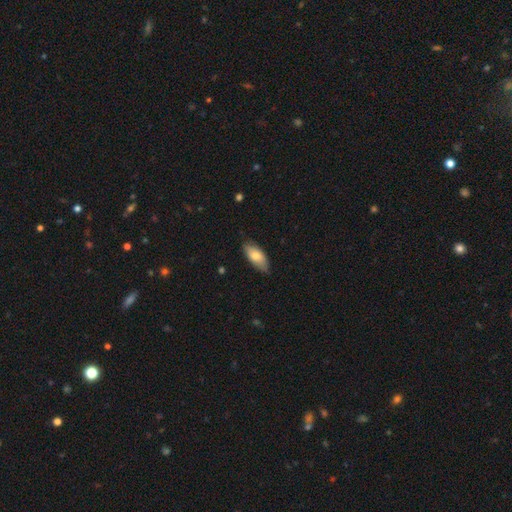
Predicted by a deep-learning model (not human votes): smooth 77%, featured or disk 17%, star or artifact 6%. Down the decision tree: how rounded — in between (87%); merging — none (79%).